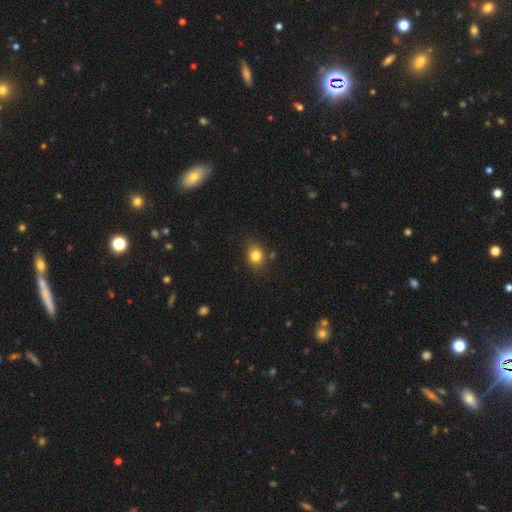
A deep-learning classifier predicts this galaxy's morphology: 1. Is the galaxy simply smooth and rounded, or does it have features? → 82% smooth, 11% star or artifact, 8% featured or disk.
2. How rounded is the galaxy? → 53% round, 46% in between, 1% cigar-shaped.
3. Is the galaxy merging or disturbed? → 79% none, 15% minor disturbance, 3% major disturbance, 3% merger.